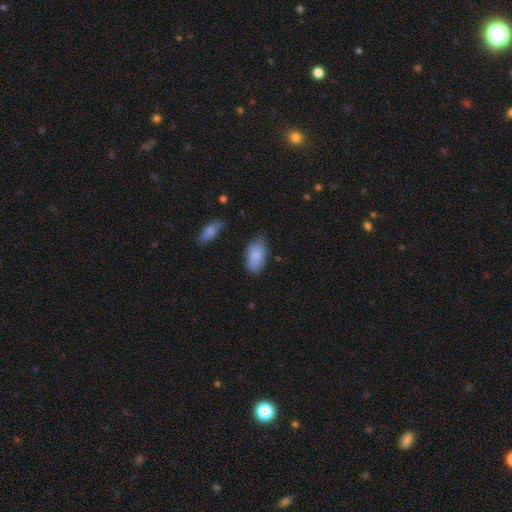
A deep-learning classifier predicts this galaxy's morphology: This appears to be a smooth galaxy with no disk features (87%) that is in between round and cigar-shaped (93%). Merging: none (69%).